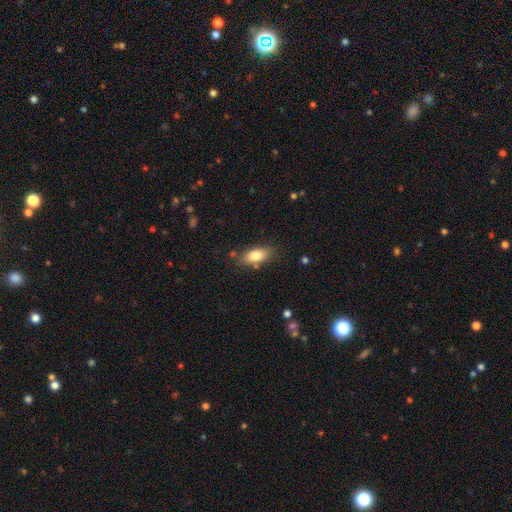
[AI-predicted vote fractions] Q: Smooth or featured?
A: smooth (81%); runner-up: featured or disk (11%)
Q: How rounded?
A: in between (86%); runner-up: cigar-shaped (9%)
Q: Merging?
A: none (80%); runner-up: minor disturbance (14%)